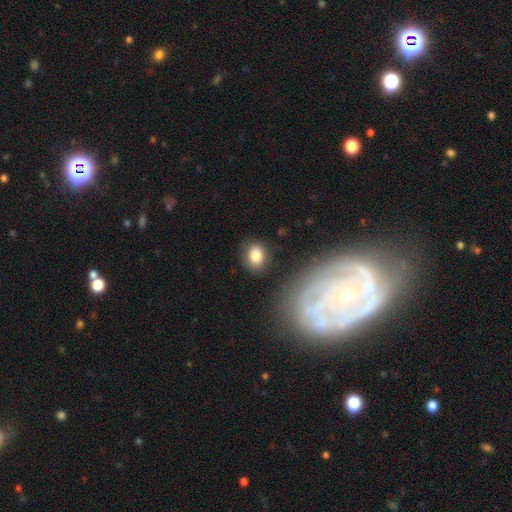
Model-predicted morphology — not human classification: Smooth or featured? smooth (83%)
How rounded? in between (61%)
Merging? none (83%)